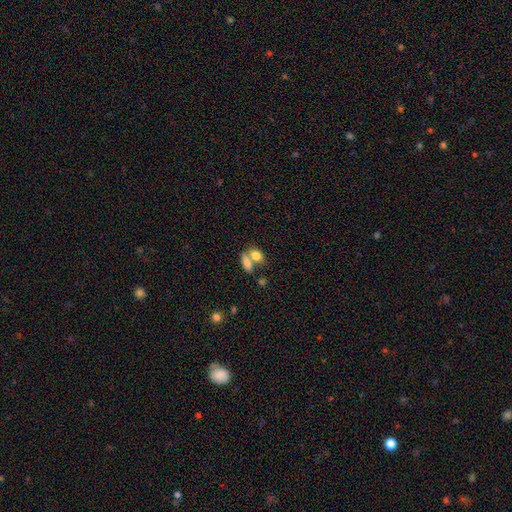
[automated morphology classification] Smooth or featured: smooth — 80% (featured or disk — 12%)
How rounded: in between — 84% (round — 12%)
Merging: merger — 53% (none — 34%)